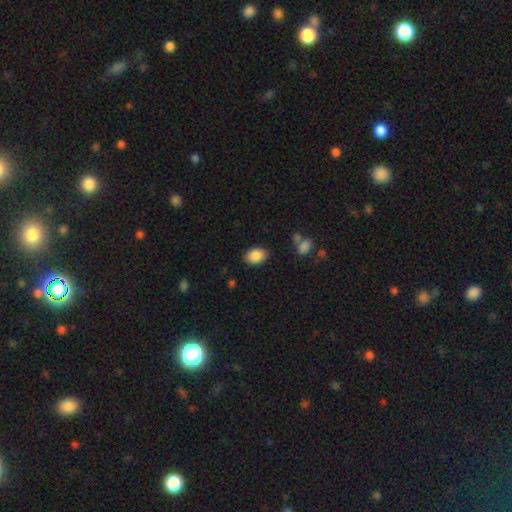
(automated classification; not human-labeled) Smooth or featured: smooth — 88% (star or artifact — 7%)
How rounded: in between — 79% (round — 20%)
Merging: none — 85% (minor disturbance — 10%)